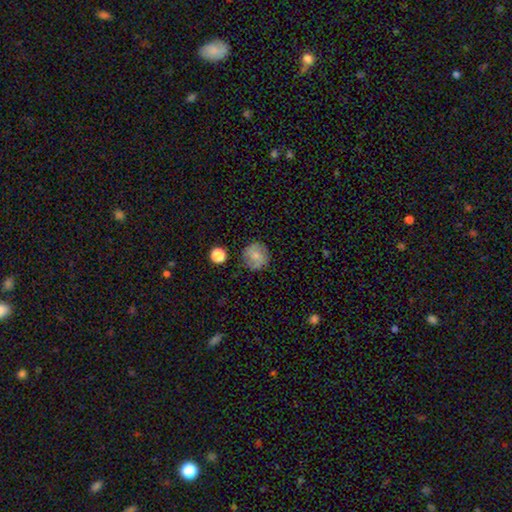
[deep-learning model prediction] smooth-or-featured: smooth: 70% | featured or disk: 21% | star or artifact: 9%
  how-rounded: round: 92% | in between: 7% | cigar-shaped: 1%
  merging: none: 83% | minor disturbance: 12% | major disturbance: 3% | merger: 2%